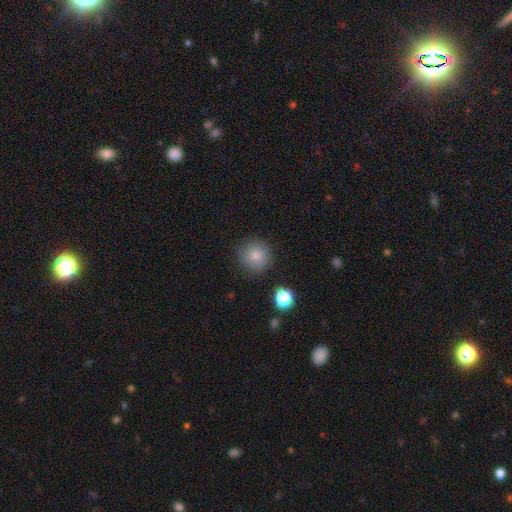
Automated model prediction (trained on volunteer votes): This appears to be a smooth galaxy with no disk features (82%) that is round (95%). Merging: none (87%).